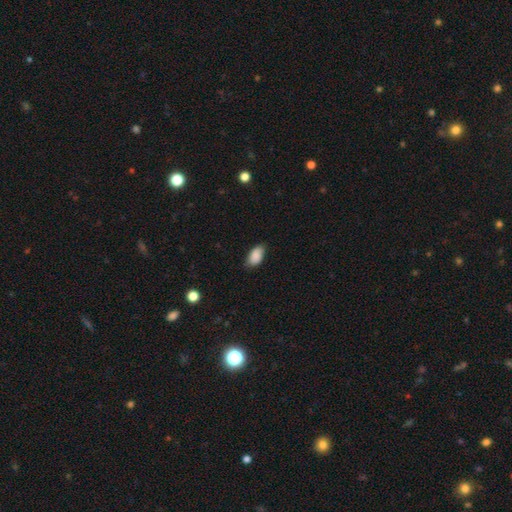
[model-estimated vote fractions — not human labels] Smooth or featured? Predicted: smooth (p=0.88). How rounded? Predicted: in between (p=0.93). Merging? Predicted: none (p=0.77).